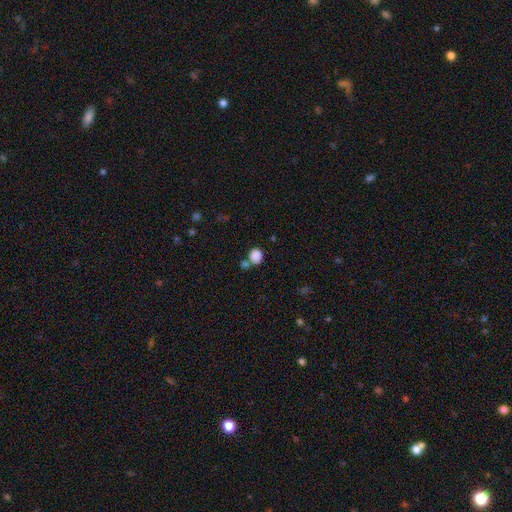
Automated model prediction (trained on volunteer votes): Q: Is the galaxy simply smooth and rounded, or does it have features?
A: smooth — 86%.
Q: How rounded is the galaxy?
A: round — 71%.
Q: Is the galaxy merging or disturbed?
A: none — 58%.